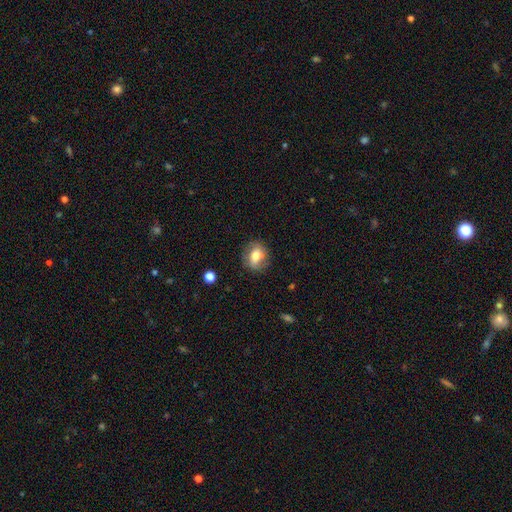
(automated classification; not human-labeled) Overall: smooth (63%; featured or disk 28%). How rounded: round (56%; in between 43%). Merging: none (79%).